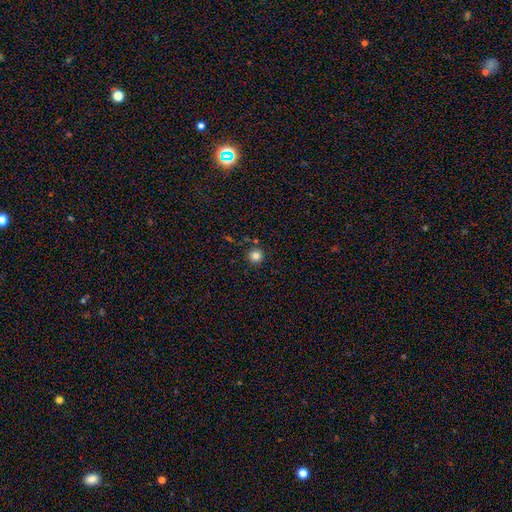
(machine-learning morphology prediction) This is clearly a smooth galaxy (83%). How rounded: clearly round (95%). Merging: clearly none (88%).